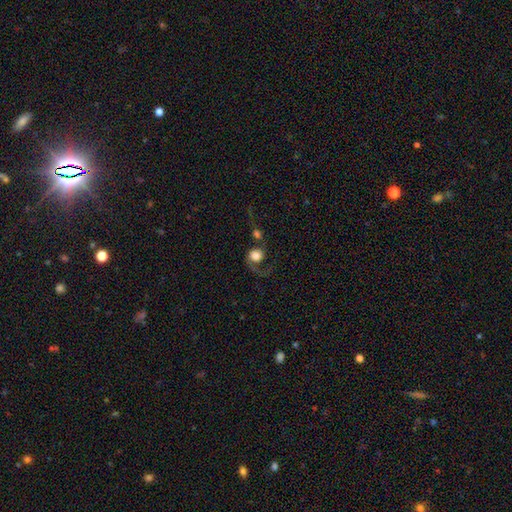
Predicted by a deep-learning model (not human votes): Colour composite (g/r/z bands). It shows a smooth galaxy with no disk features (50%) that is round (77%). Merging: major disturbance (39%).